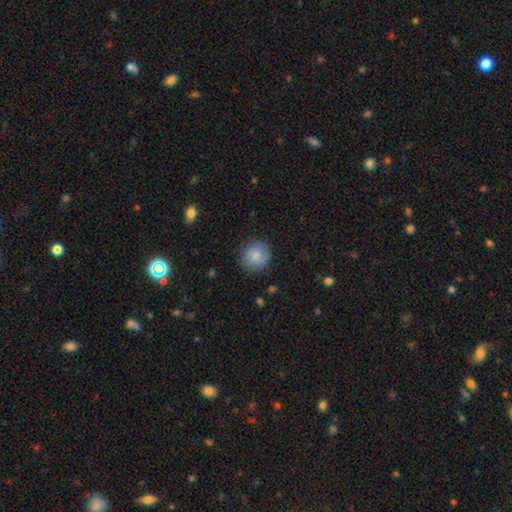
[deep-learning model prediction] Overall: smooth (82%). How rounded: round (87%). Merging: none (84%).